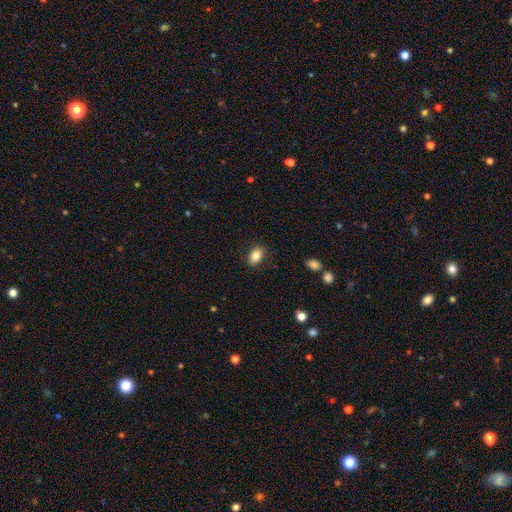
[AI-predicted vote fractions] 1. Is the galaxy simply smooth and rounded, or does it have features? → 84% smooth, 8% star or artifact, 7% featured or disk.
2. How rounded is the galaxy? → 84% in between, 15% round, 1% cigar-shaped.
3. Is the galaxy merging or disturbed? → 87% none, 9% minor disturbance, 2% major disturbance, 1% merger.